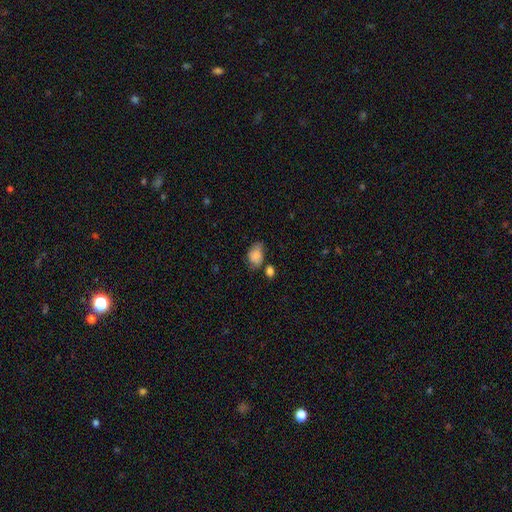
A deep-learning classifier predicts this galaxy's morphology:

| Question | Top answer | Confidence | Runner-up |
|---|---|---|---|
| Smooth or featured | smooth | 79% | featured or disk (12%) |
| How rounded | in between | 80% | round (19%) |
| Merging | none | 51% | minor disturbance (31%) |